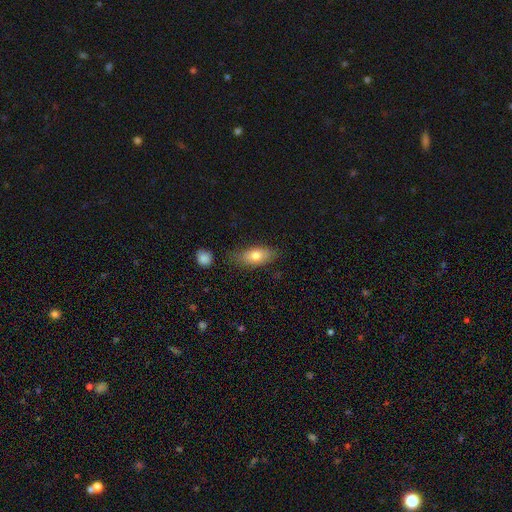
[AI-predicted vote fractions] smooth 75%, featured or disk 17%, star or artifact 7%. Down the decision tree: how rounded — in between (83%); merging — none (72%).